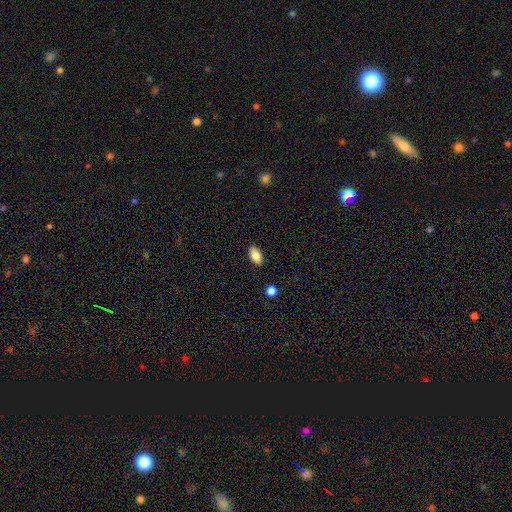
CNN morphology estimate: Overall: smooth (82%). How rounded: in between (92%). Merging: none (88%).